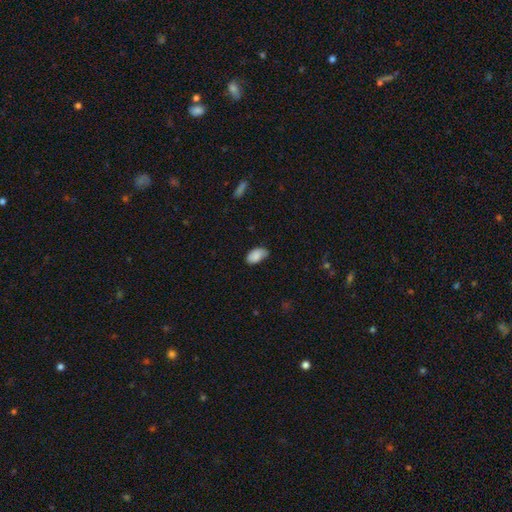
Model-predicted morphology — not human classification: This appears to be a smooth galaxy with no disk features (86%) that is in between round and cigar-shaped (94%). Merging: none (67%).